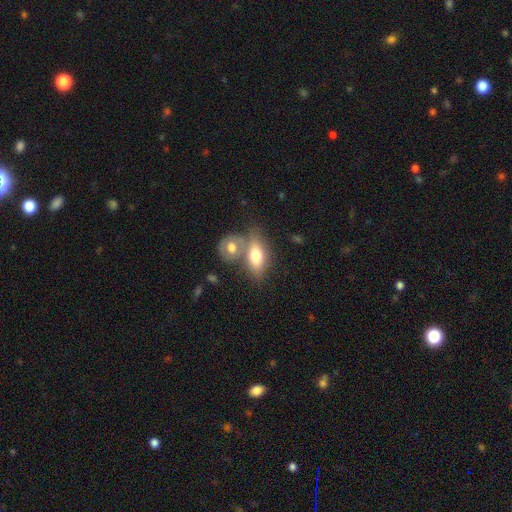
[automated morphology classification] type=smooth (68%); roundness=in between (82%); merging=merger (47%).